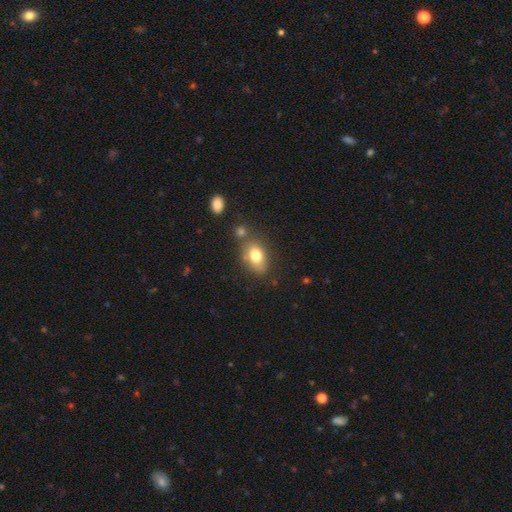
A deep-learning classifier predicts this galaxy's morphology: A smooth galaxy with no disk features (77%) that is in between round and cigar-shaped (83%).

Vote fractions:
- Smooth or featured? smooth: 77% / featured or disk: 14% / star or artifact: 9%
- How rounded? in between: 83% / round: 15% / cigar-shaped: 2%
- Merging? none: 66% / minor disturbance: 16% / merger: 13% / major disturbance: 5%